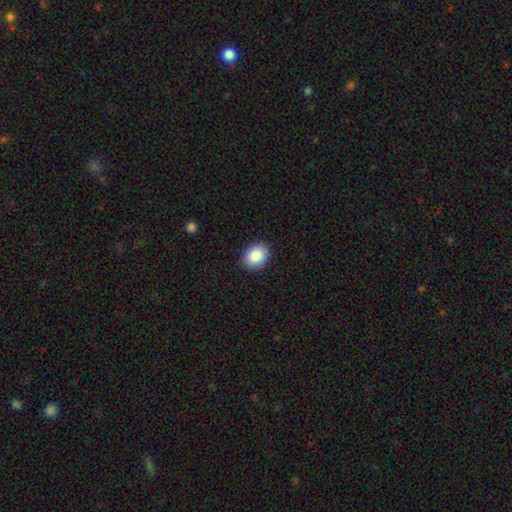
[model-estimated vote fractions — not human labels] Smooth or featured? Predicted: smooth (p=0.87). How rounded? Predicted: in between (p=0.66). Merging? Predicted: none (p=0.90).